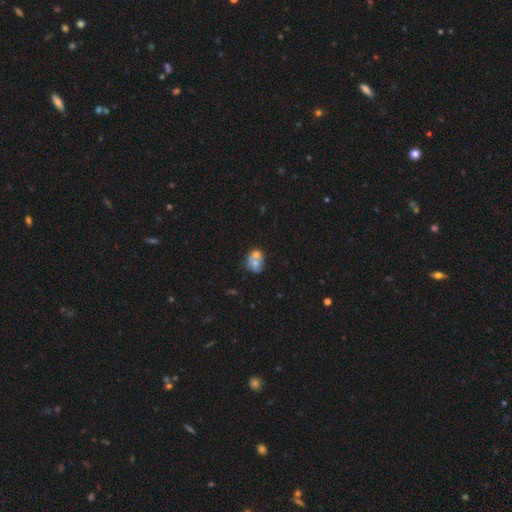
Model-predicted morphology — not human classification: A smooth galaxy with no disk features (59%) that is round (55%).

Vote fractions:
- Smooth or featured? smooth: 59% / featured or disk: 32% / star or artifact: 9%
- How rounded? round: 55% / in between: 44% / cigar-shaped: 1%
- Merging? merger: 57% / none: 28% / minor disturbance: 10% / major disturbance: 5%